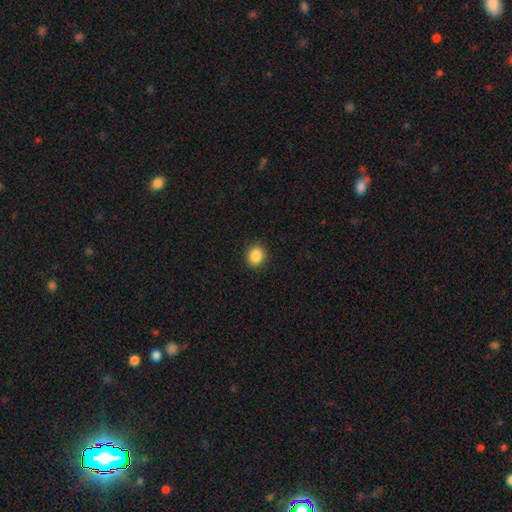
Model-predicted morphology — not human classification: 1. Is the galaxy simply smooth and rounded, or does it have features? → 87% smooth, 9% star or artifact, 3% featured or disk.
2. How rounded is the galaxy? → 62% round, 37% in between, 1% cigar-shaped.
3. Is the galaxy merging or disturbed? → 90% none, 7% minor disturbance, 2% major disturbance, 1% merger.